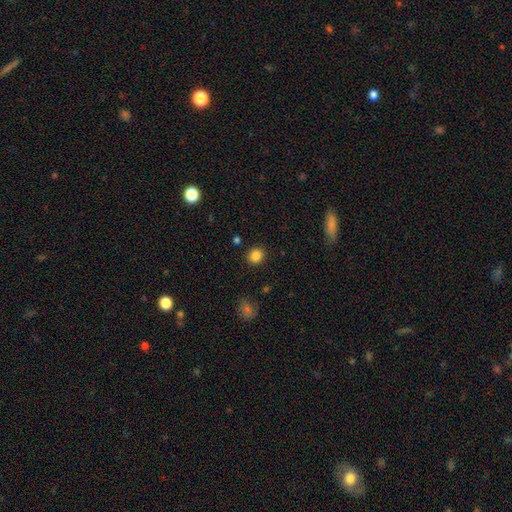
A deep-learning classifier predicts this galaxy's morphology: smooth_or_featured: smooth (p=0.85) [alt: star or artifact p=0.11]
how_rounded: round (p=0.86) [alt: in between p=0.13]
merging: none (p=0.90) [alt: minor disturbance p=0.06]